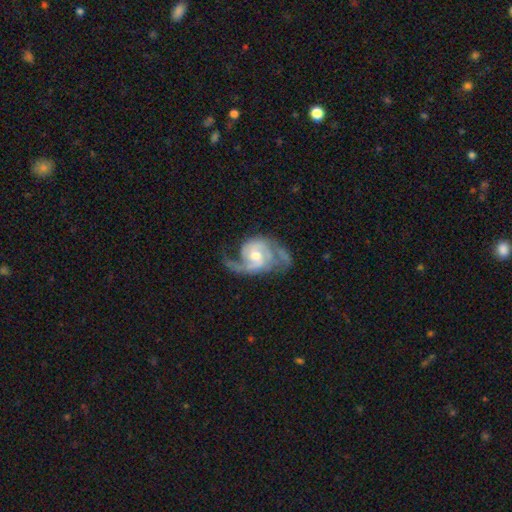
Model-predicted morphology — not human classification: A featured or disk galaxy (88%) with no bar (58%), 2 (74%) medium (49%) spiral arms (96%) and a moderate central bulge (68%).

Vote fractions:
- Smooth or featured? featured or disk: 88% / smooth: 7% / star or artifact: 5%
- Edge-on disk? no: 97% / yes: 3%
- Bar? no: 58% / weak: 35% / strong: 7%
- Spiral arms? yes: 96% / no: 4%
- Spiral winding? medium: 49% / loose: 27% / tight: 24%
- Spiral arm count? 2: 74% / 3: 9% / can't tell: 7% / 1: 6% / 4: 2% / more than 4: 2%
- Bulge size? moderate: 68% / small: 24% / large: 6% / none: 1% / dominant: 1%
- Merging? none: 52% / minor disturbance: 23% / major disturbance: 23% / merger: 2%